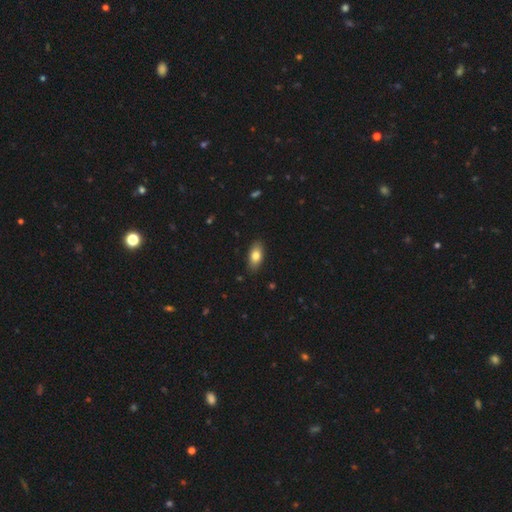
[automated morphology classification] This is likely a smooth galaxy (80%). How rounded: clearly in between (90%). Merging: clearly none (88%).